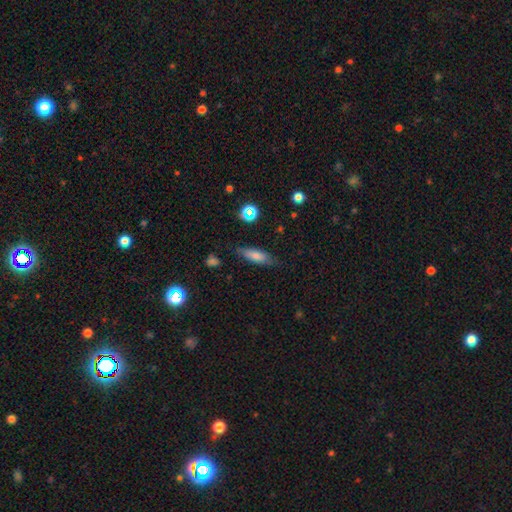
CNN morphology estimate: smooth 73%, featured or disk 18%, star or artifact 9%. Down the decision tree: how rounded — in between (50%); merging — none (76%).